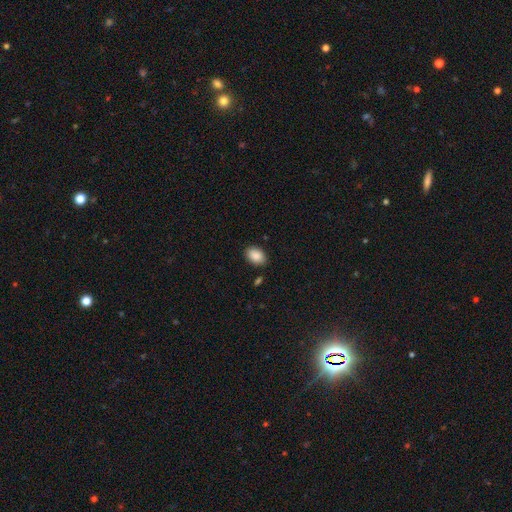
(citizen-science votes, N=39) Overall: smooth (90%). How rounded: in between (100%). Merging: none (91%).